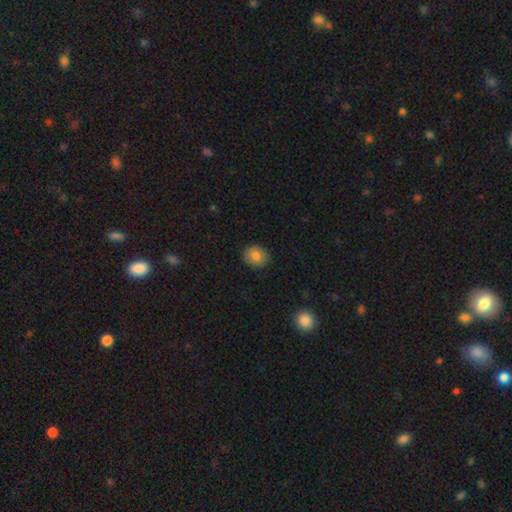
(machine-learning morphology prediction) Smooth or featured: smooth — 77% (featured or disk — 14%)
How rounded: round — 71% (in between — 28%)
Merging: none — 86% (minor disturbance — 10%)